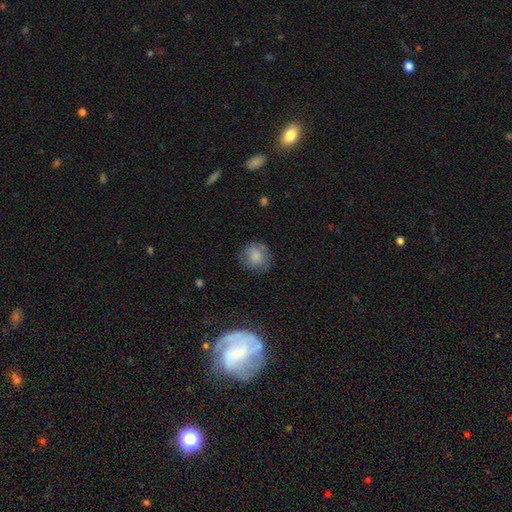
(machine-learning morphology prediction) Smooth or featured?
  - smooth: 80% *
  - featured or disk: 11%
  - star or artifact: 9%
How rounded?
  - round: 87% *
  - in between: 12%
  - cigar-shaped: 1%
Merging?
  - none: 77% *
  - minor disturbance: 16%
  - major disturbance: 5%
  - merger: 2%